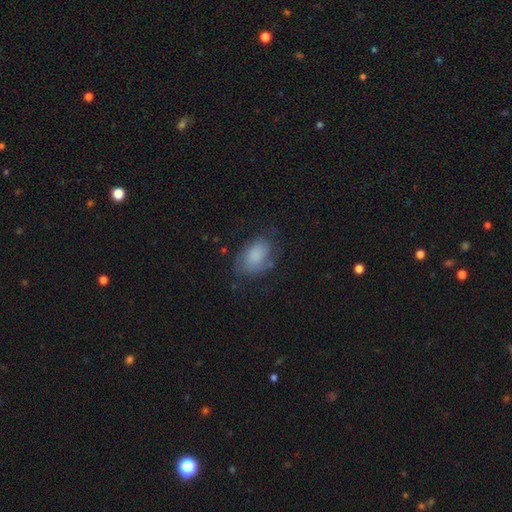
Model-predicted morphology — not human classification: Overall: smooth (76%). How rounded: in between (87%). Merging: none (59%; minor disturbance 27%).